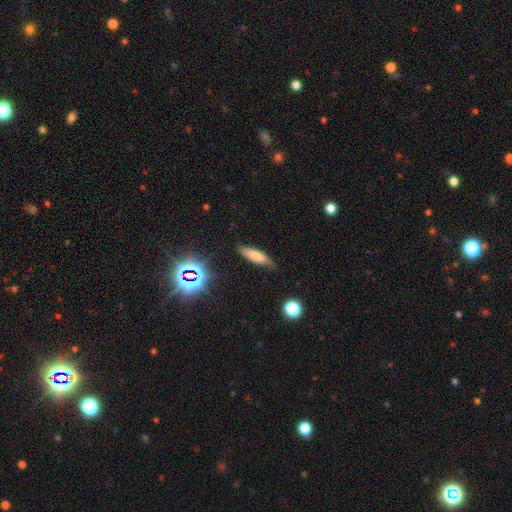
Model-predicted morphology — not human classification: Smooth or featured?
  - smooth: 75% *
  - featured or disk: 14%
  - star or artifact: 11%
How rounded?
  - cigar-shaped: 56% *
  - in between: 42%
  - round: 2%
Merging?
  - none: 74% *
  - minor disturbance: 20%
  - major disturbance: 4%
  - merger: 2%